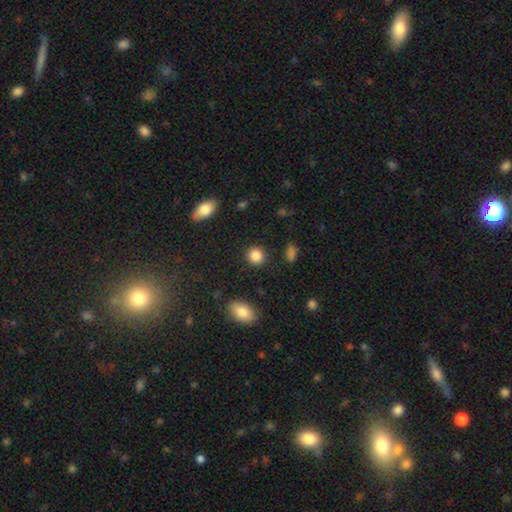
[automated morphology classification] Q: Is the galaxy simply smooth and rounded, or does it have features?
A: smooth — 87%.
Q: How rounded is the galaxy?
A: round — 87%.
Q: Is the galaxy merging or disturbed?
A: none — 90%.